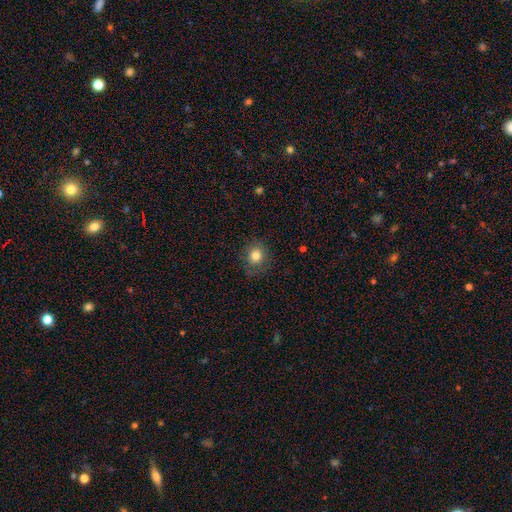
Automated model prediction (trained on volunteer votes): smooth 80%, star or artifact 11%, featured or disk 9%. Down the decision tree: how rounded — round (80%); merging — none (80%).